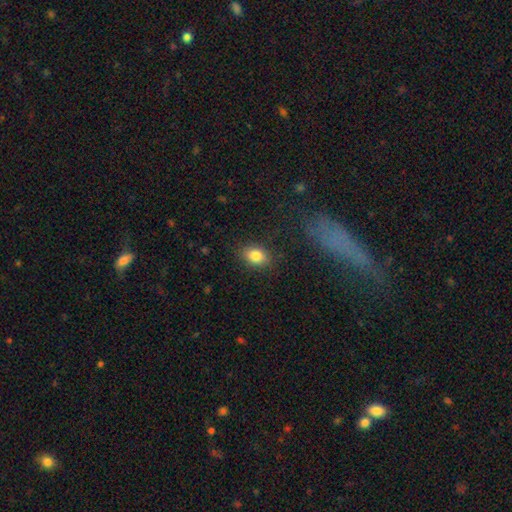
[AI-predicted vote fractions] The model was most divided on "how rounded": in between: 75%, round: 23%, cigar-shaped: 1%. More confident: smooth or featured — smooth (84%); merging — none (84%).